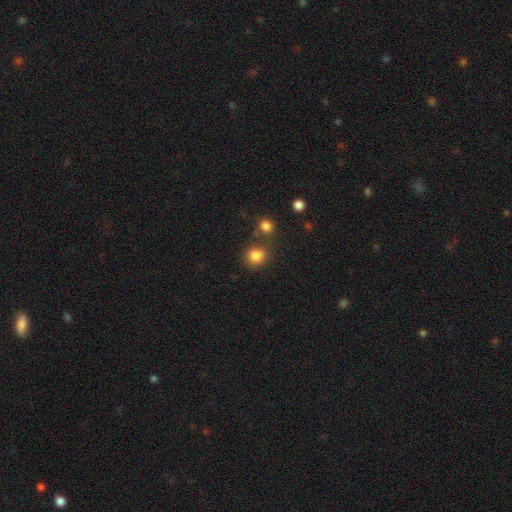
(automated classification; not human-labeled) smooth 83%, star or artifact 12%, featured or disk 5%. Down the decision tree: how rounded — round (78%); merging — none (70%).